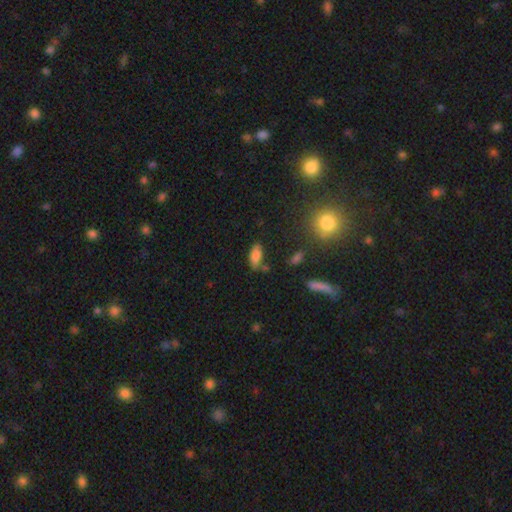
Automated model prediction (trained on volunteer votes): A smooth galaxy with no disk features (80%) that is in between round and cigar-shaped (82%). Merging: none (63%).